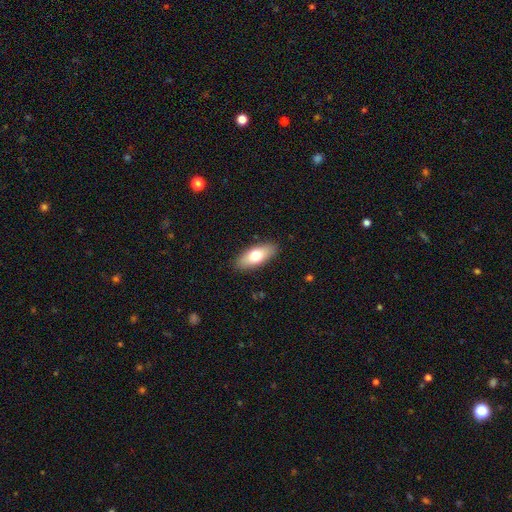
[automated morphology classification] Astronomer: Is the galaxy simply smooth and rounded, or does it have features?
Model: smooth — 71%.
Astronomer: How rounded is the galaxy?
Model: in between — 82%.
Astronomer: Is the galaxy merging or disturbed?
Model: none — 88%.